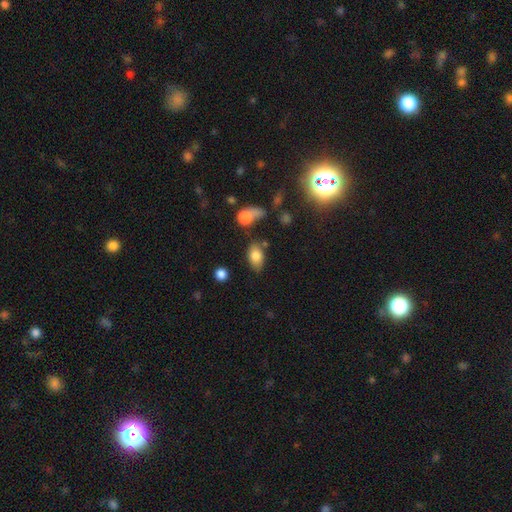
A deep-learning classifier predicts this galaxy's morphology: smooth-or-featured: smooth: 79% | featured or disk: 12% | star or artifact: 9%
  how-rounded: in between: 88% | round: 9% | cigar-shaped: 2%
  merging: none: 66% | minor disturbance: 18% | merger: 9% | major disturbance: 6%